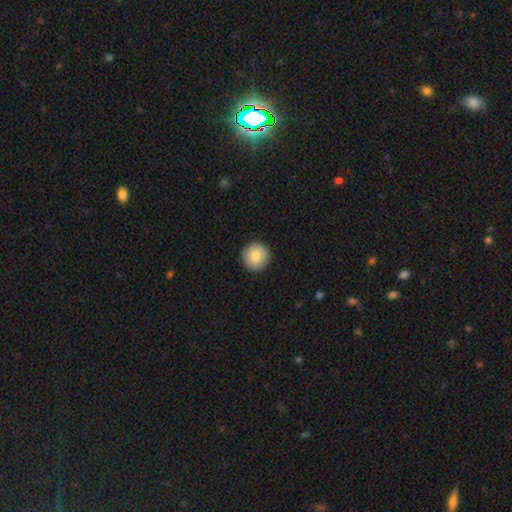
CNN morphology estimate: Smooth or featured? smooth (84%)
How rounded? round (95%)
Merging? none (91%)